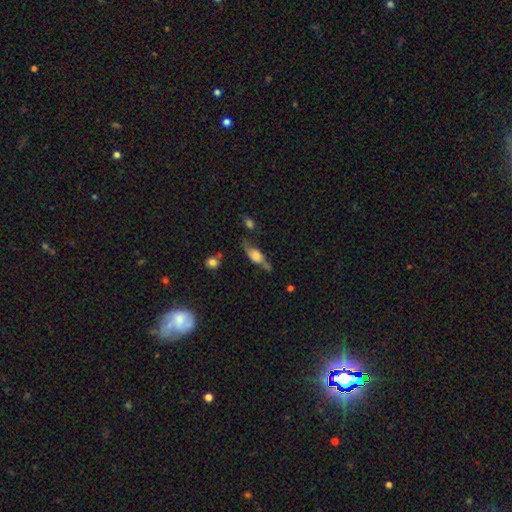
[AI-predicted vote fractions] Smooth or featured? Predicted: featured or disk (p=0.48). Merging? Predicted: none (p=0.48).